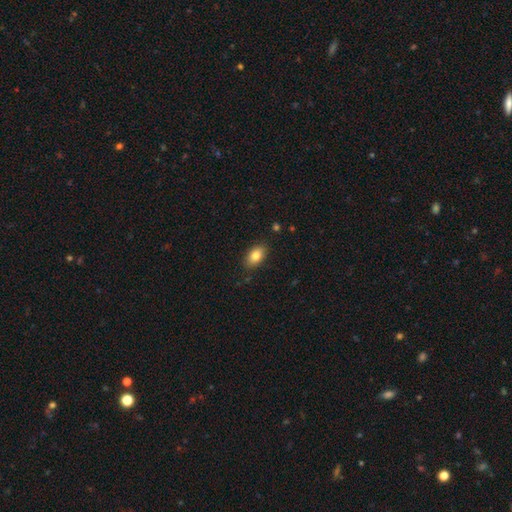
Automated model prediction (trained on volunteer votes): This appears to be a smooth galaxy with no disk features (83%) that is in between round and cigar-shaped (89%). Merging: none (85%).